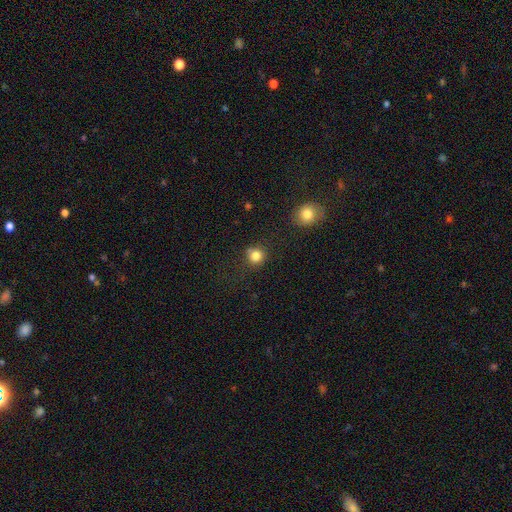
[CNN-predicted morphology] This is clearly a smooth galaxy (82%). How rounded: clearly round (90%). Merging: likely none (77%).